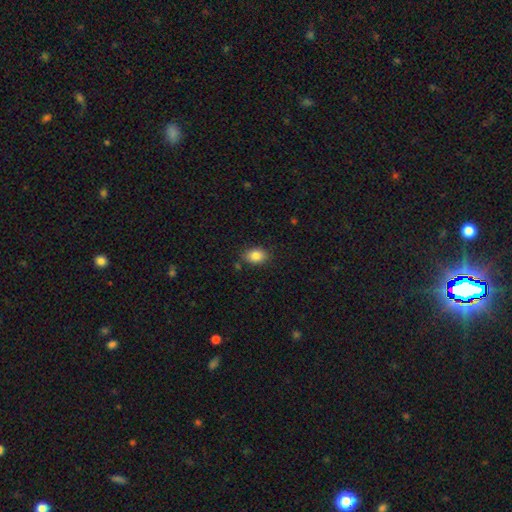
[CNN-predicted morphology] smooth-or-featured: smooth: 85% | star or artifact: 9% | featured or disk: 6%
  how-rounded: in between: 71% | round: 28% | cigar-shaped: 1%
  merging: none: 82% | minor disturbance: 12% | major disturbance: 3% | merger: 3%